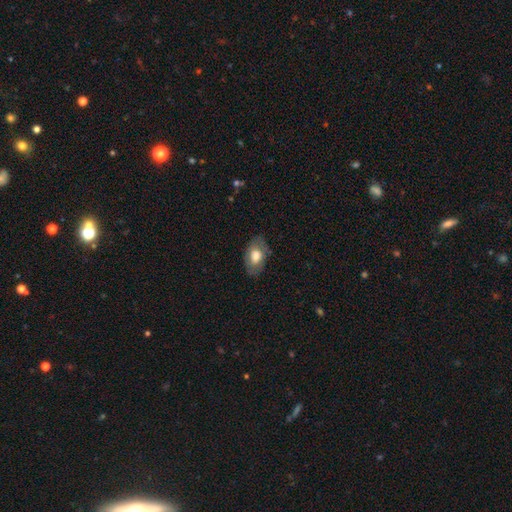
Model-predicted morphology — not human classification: smooth 70%, featured or disk 24%, star or artifact 6%. Down the decision tree: how rounded — in between (91%); merging — none (76%).